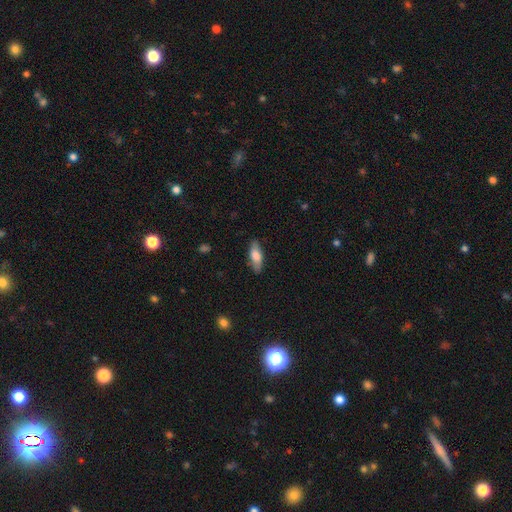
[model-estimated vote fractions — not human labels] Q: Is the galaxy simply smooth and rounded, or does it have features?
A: smooth — 67%.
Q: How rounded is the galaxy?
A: in between — 66%.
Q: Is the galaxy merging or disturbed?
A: none — 83%.